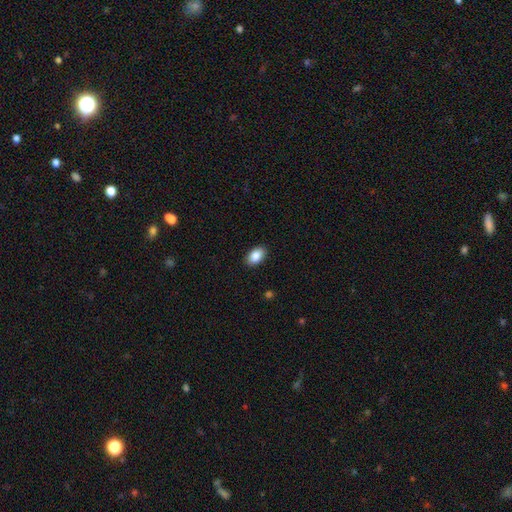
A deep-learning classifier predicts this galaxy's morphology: Q: Smooth or featured?
A: smooth (88%); runner-up: star or artifact (7%)
Q: How rounded?
A: in between (91%); runner-up: round (8%)
Q: Merging?
A: none (90%); runner-up: minor disturbance (8%)